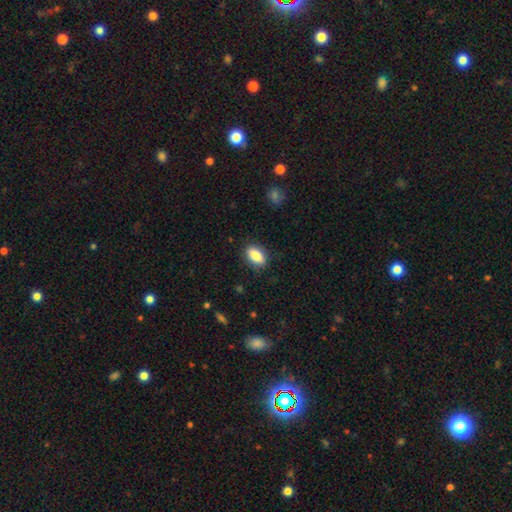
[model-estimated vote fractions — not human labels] Overall: smooth (85%). How rounded: in between (89%). Merging: none (84%).